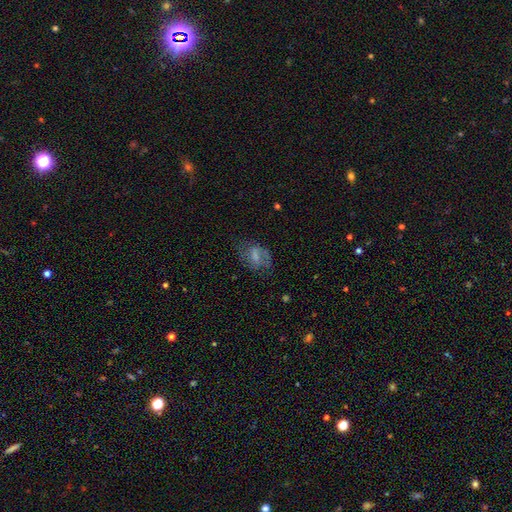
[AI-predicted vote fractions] A smooth galaxy with no disk features (50%). Merging: none (47%).